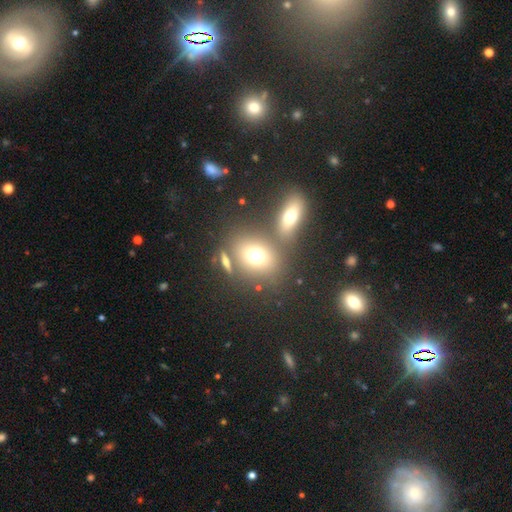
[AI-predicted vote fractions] Overall: smooth (70%). How rounded: in between (53%; round 45%). Merging: none (60%; merger 25%).